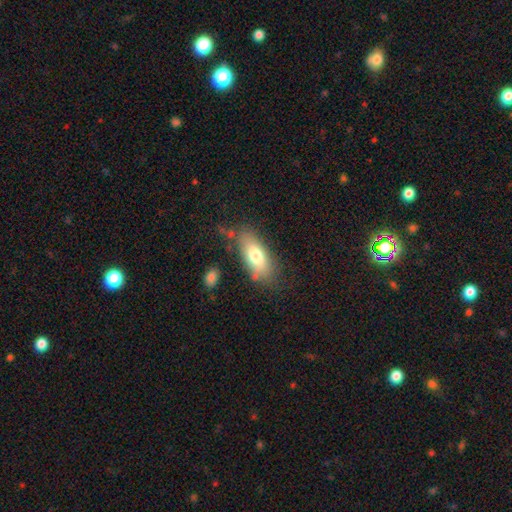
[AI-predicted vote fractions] Q: Smooth or featured?
A: smooth (74%); runner-up: featured or disk (18%)
Q: How rounded?
A: in between (81%); runner-up: cigar-shaped (16%)
Q: Merging?
A: none (70%); runner-up: minor disturbance (19%)